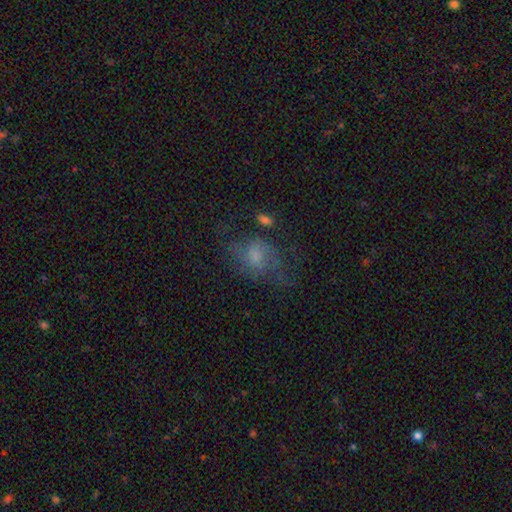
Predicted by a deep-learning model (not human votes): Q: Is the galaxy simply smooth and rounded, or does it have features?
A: smooth — 52%.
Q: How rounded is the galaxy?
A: in between — 64%.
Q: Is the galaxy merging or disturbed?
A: none — 37%.